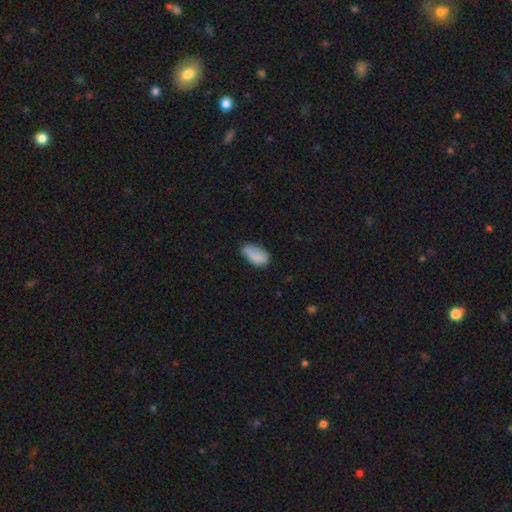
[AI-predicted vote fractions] smooth 83%, featured or disk 8%, star or artifact 8%. Down the decision tree: how rounded — in between (93%); merging — none (54%).